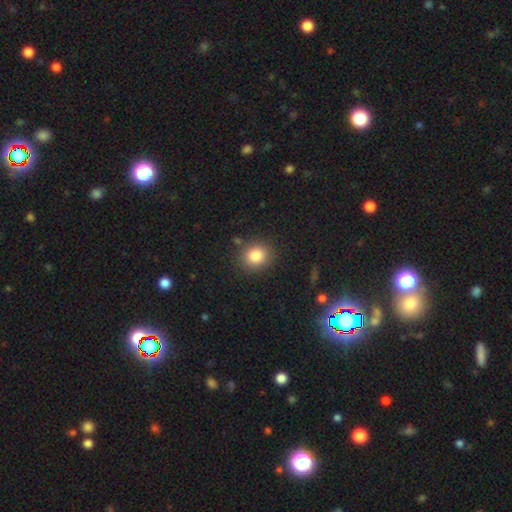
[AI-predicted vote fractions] Overall: smooth (83%). How rounded: round (81%). Merging: none (87%).